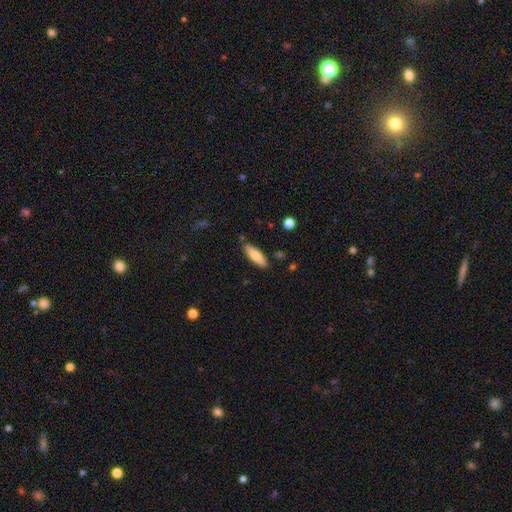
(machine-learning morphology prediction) Smooth or featured? smooth (78%)
How rounded? in between (52%)
Merging? none (85%)